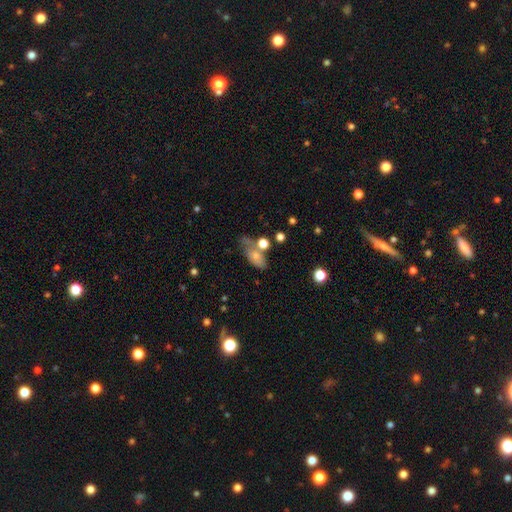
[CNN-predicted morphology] type=smooth (69%); roundness=in between (83%); merging=none (40%).